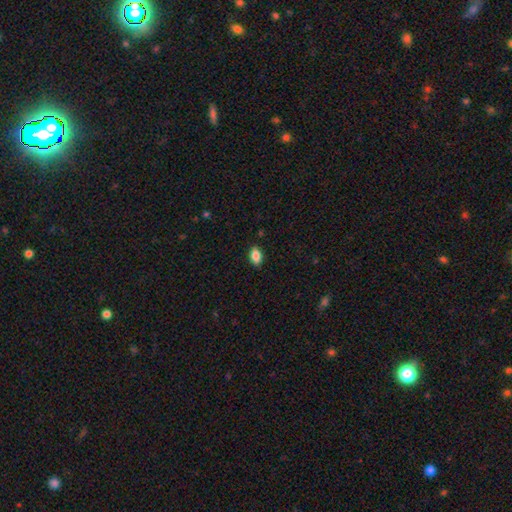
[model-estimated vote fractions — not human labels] A smooth galaxy with no disk features (85%) that is in between round and cigar-shaped (89%).

Vote fractions:
- Smooth or featured? smooth: 85% / star or artifact: 8% / featured or disk: 7%
- How rounded? in between: 89% / round: 8% / cigar-shaped: 3%
- Merging? none: 88% / minor disturbance: 9% / major disturbance: 2% / merger: 1%